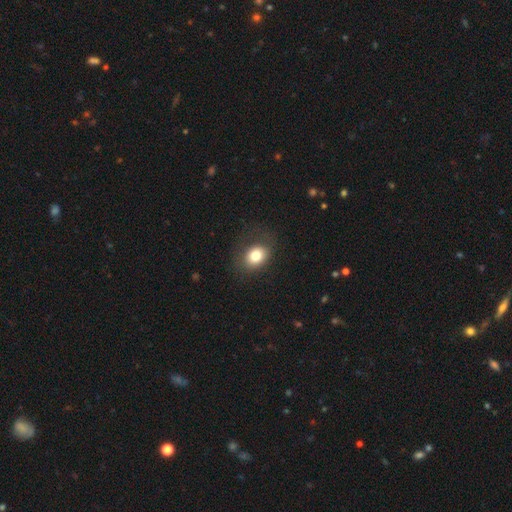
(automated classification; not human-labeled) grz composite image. It shows a smooth galaxy with no disk features (79%) that is in between round and cigar-shaped (57%). Merging: none (75%).